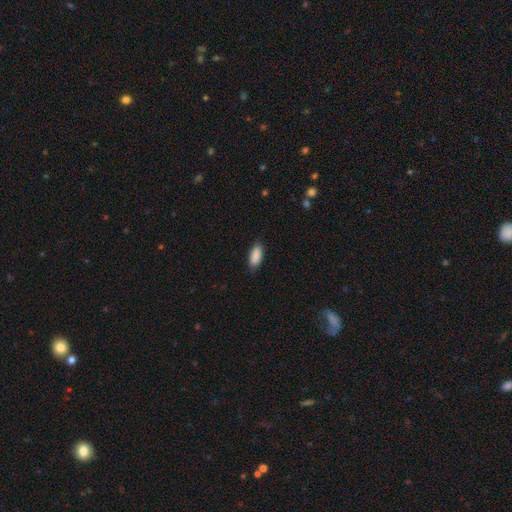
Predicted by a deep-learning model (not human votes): smooth 90%, star or artifact 6%, featured or disk 4%. Down the decision tree: how rounded — in between (83%); merging — none (83%).